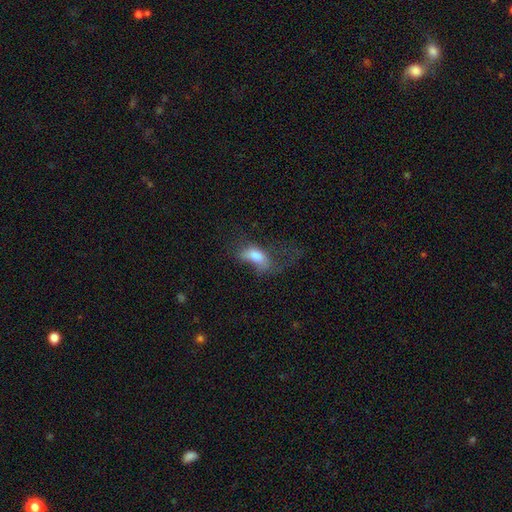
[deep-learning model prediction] Overall: smooth (64%; featured or disk 25%). How rounded: in between (83%). Merging: major disturbance (58%; none 19%).